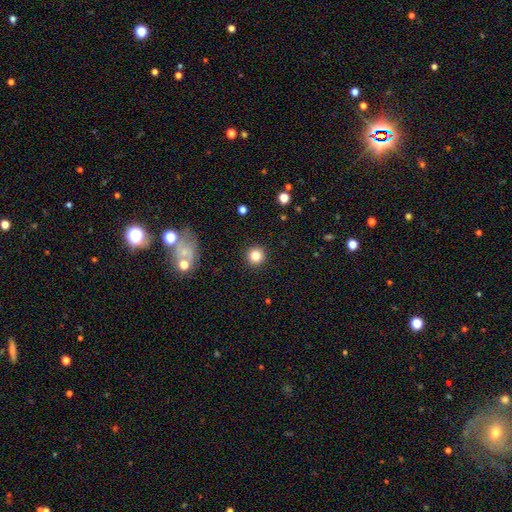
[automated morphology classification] This is clearly a smooth galaxy (82%). How rounded: clearly round (95%). Merging: clearly none (92%).